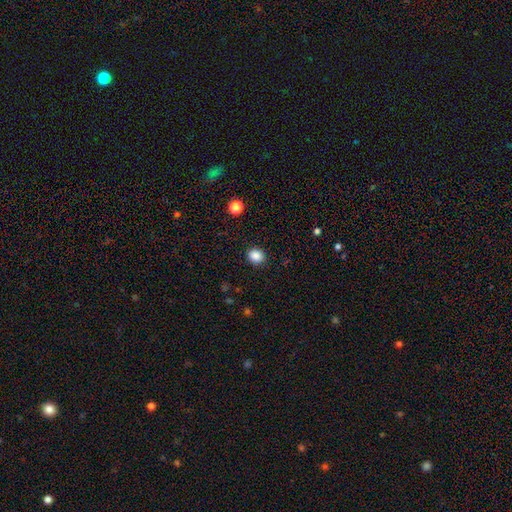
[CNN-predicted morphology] type=smooth (87%); roundness=round (65%); merging=none (90%).